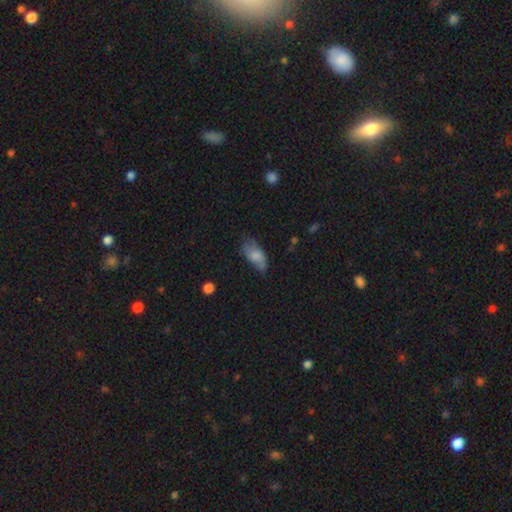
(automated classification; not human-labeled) smooth-or-featured: smooth: 73% | featured or disk: 19% | star or artifact: 8%
  how-rounded: in between: 89% | cigar-shaped: 8% | round: 3%
  merging: none: 45% | minor disturbance: 36% | major disturbance: 17% | merger: 3%